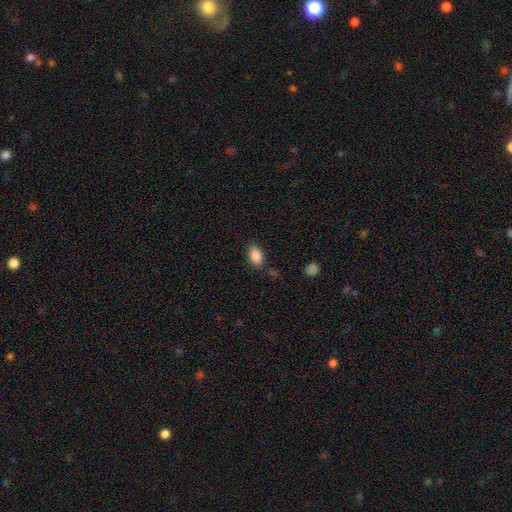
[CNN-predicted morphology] Smooth or featured: smooth — 88% (star or artifact — 8%)
How rounded: in between — 90% (round — 8%)
Merging: none — 81% (minor disturbance — 13%)